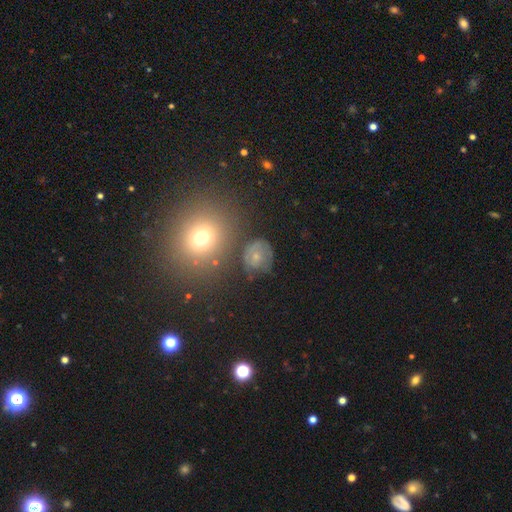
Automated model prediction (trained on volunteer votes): Smooth or featured? Predicted: smooth (p=0.50). How rounded? Predicted: round (p=0.68). Merging? Predicted: none (p=0.58).